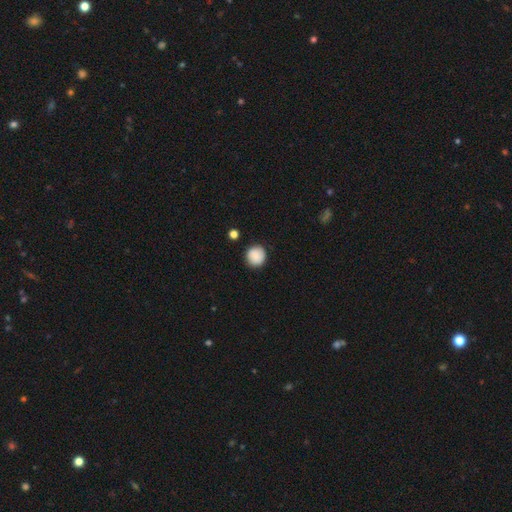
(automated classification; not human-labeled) Smooth or featured? Predicted: smooth (p=0.87). How rounded? Predicted: round (p=0.93). Merging? Predicted: none (p=0.87).